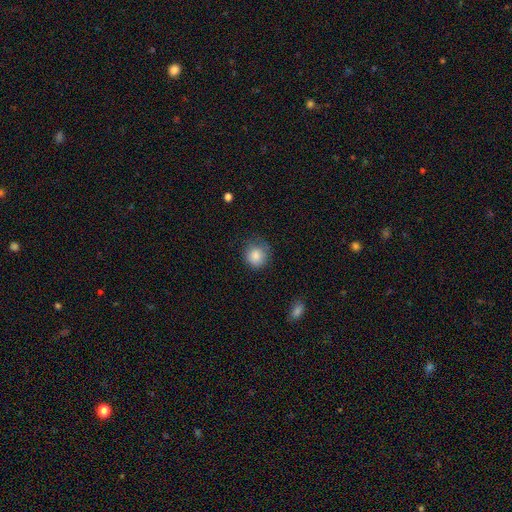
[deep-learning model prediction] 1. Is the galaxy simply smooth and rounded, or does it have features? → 85% smooth, 9% star or artifact, 6% featured or disk.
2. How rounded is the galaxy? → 86% round, 13% in between, 1% cigar-shaped.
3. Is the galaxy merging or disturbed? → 68% none, 24% minor disturbance, 7% major disturbance, 1% merger.